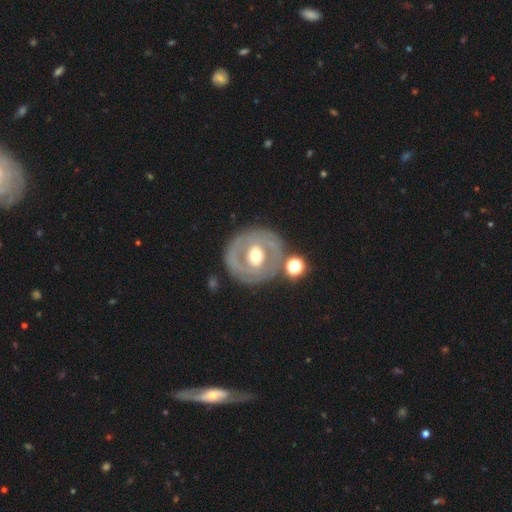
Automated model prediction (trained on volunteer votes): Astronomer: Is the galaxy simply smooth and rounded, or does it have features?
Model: featured or disk — 69%.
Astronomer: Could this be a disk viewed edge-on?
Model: no — 96%.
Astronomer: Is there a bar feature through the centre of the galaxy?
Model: no — 48% (runner-up: weak, 33%).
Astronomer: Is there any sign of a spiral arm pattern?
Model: no — 57% (runner-up: yes, 43%).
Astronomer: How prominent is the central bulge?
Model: moderate — 72%.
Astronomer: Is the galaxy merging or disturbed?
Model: none — 77%.